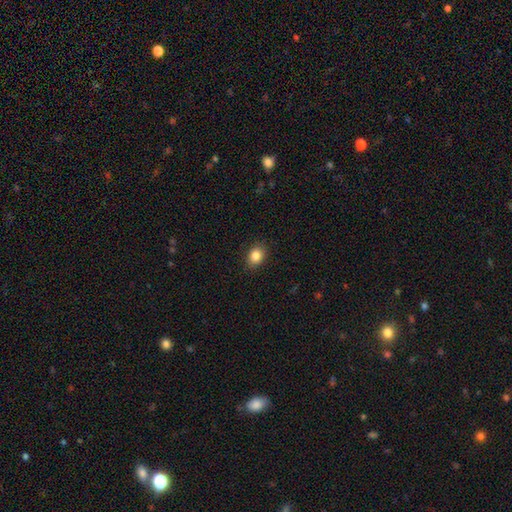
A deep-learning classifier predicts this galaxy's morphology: Overall: smooth (85%). How rounded: in between (58%; round 41%). Merging: none (89%).